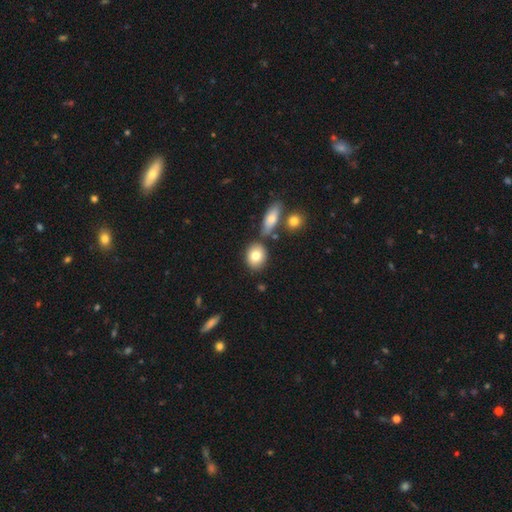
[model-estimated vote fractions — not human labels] Smooth or featured? smooth (80%)
How rounded? round (55%)
Merging? none (74%)